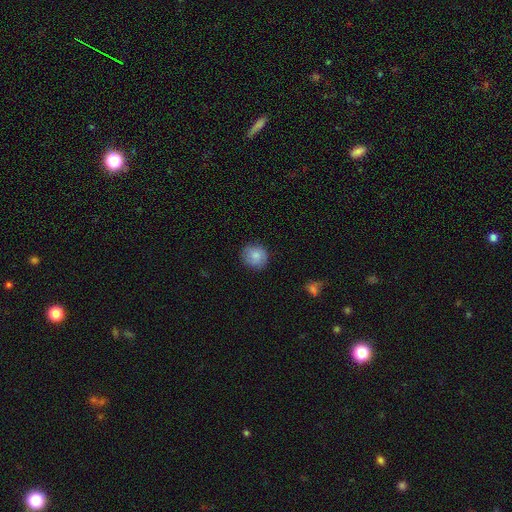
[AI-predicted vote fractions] Smooth or featured: smooth — 83% (featured or disk — 9%)
How rounded: round — 89% (in between — 10%)
Merging: none — 85% (minor disturbance — 12%)